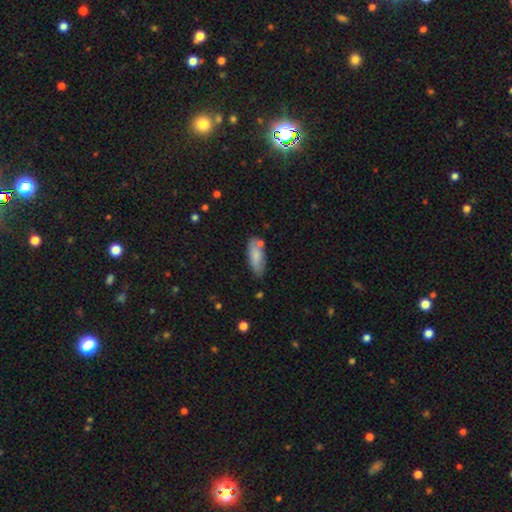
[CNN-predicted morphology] smooth 80%, featured or disk 14%, star or artifact 6%. Down the decision tree: how rounded — in between (76%); merging — none (69%).